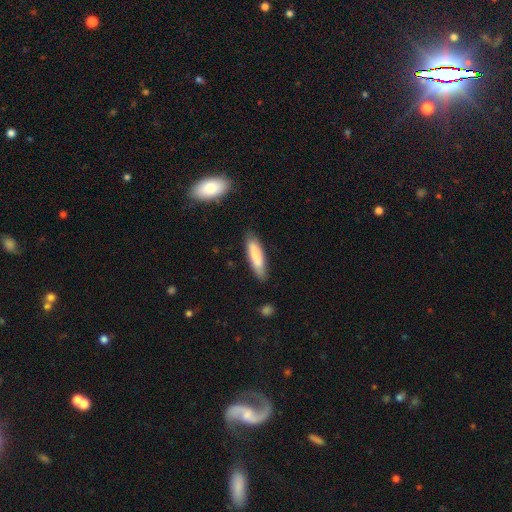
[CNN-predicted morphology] Smooth or featured? smooth (73%)
How rounded? cigar-shaped (69%)
Merging? none (81%)